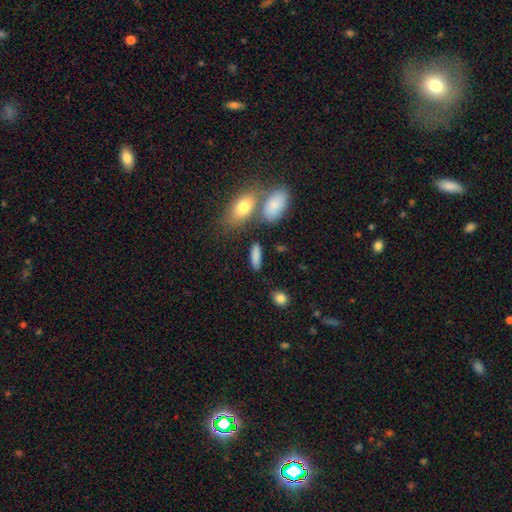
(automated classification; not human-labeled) Smooth or featured? smooth (83%)
How rounded? in between (56%)
Merging? none (77%)